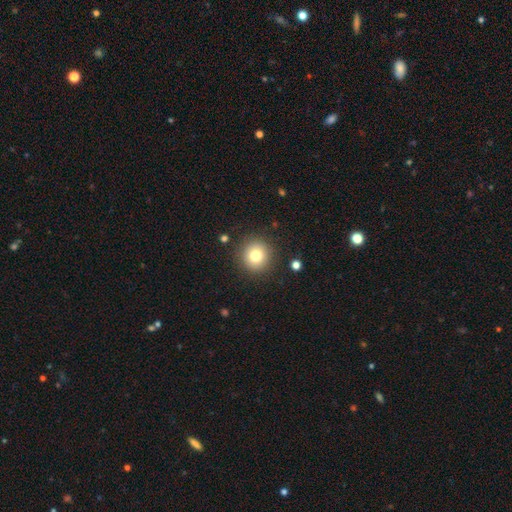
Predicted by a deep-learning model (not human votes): Q: Smooth or featured?
A: smooth (78%); runner-up: star or artifact (12%)
Q: How rounded?
A: round (93%); runner-up: in between (6%)
Q: Merging?
A: none (89%); runner-up: minor disturbance (7%)